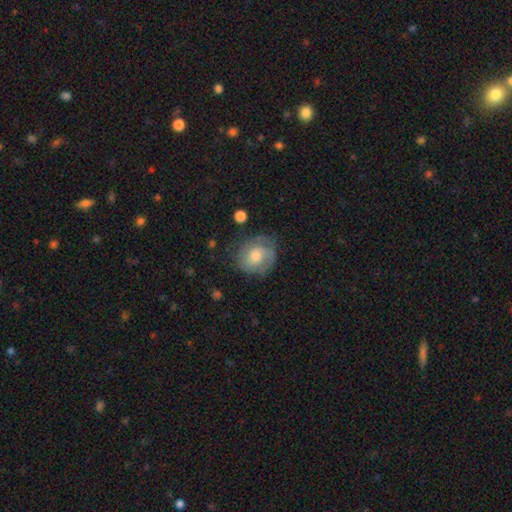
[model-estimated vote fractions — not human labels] Overall: featured or disk (46%; smooth 45%). Merging: none (67%).